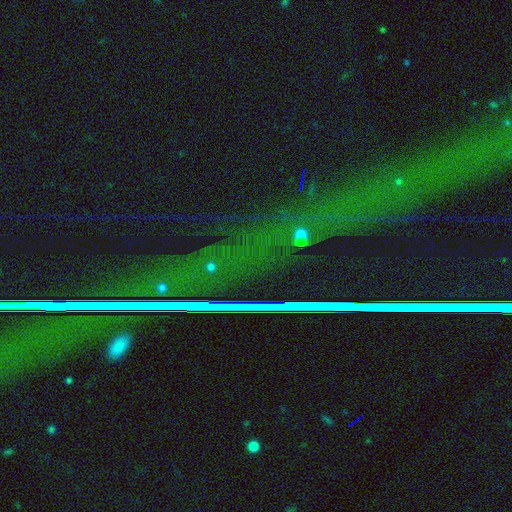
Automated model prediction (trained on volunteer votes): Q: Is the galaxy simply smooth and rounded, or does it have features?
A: star or artifact — 84%.